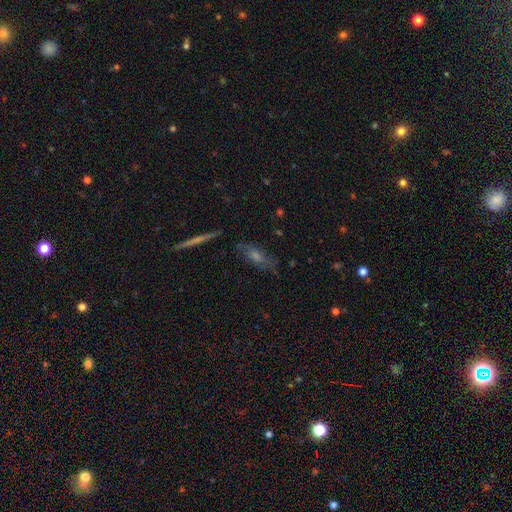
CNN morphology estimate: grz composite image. It shows a featured or disk galaxy (48%). Merging: none (76%).